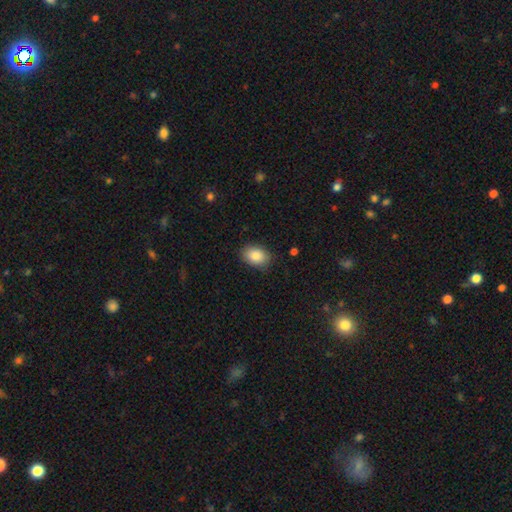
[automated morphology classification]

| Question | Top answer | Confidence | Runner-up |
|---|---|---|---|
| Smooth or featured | smooth | 86% | star or artifact (7%) |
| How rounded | in between | 81% | round (18%) |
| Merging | none | 85% | minor disturbance (11%) |